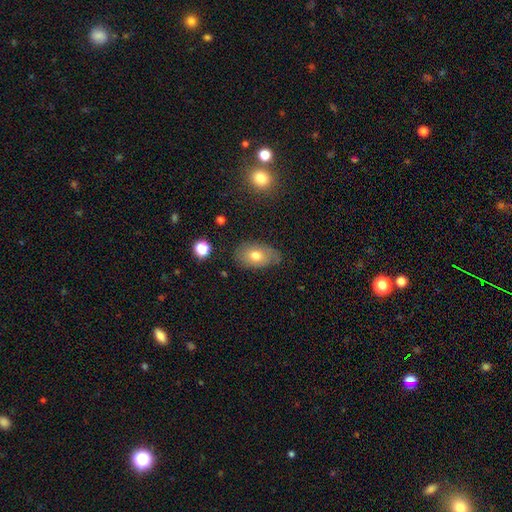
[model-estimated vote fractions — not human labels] Q: Smooth or featured?
A: smooth (66%); runner-up: featured or disk (24%)
Q: How rounded?
A: in between (89%); runner-up: round (10%)
Q: Merging?
A: none (69%); runner-up: minor disturbance (24%)